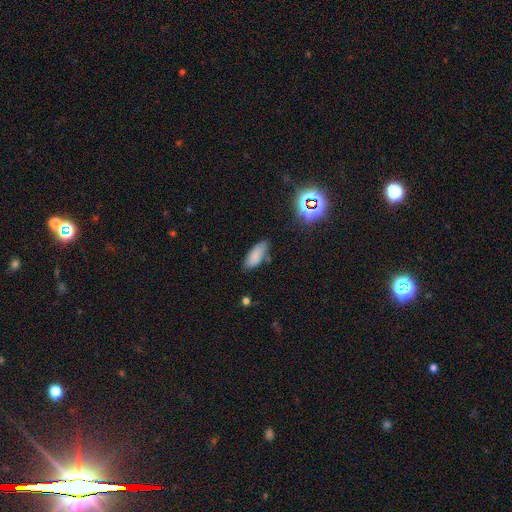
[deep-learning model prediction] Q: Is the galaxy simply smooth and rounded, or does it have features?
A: smooth — 81%.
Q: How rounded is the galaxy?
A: in between — 79%.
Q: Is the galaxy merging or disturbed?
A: none — 64%.